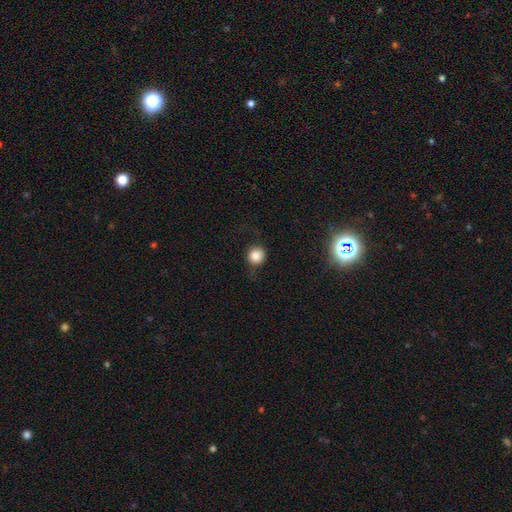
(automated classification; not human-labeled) Smooth or featured? Predicted: smooth (p=0.82). How rounded? Predicted: round (p=0.92). Merging? Predicted: none (p=0.76).